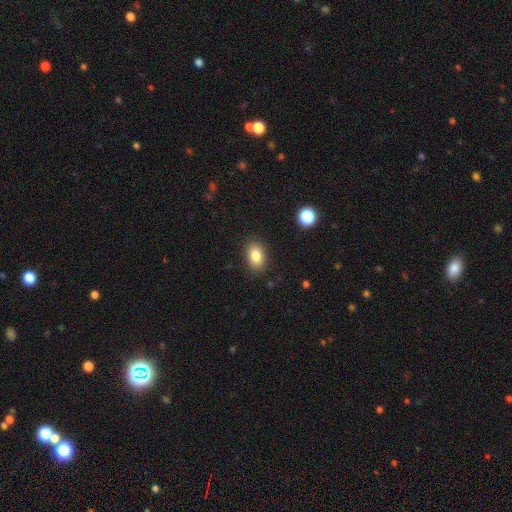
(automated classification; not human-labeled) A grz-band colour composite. It shows a smooth galaxy with no disk features (84%) that is in between round and cigar-shaped (82%). Merging: none (87%).